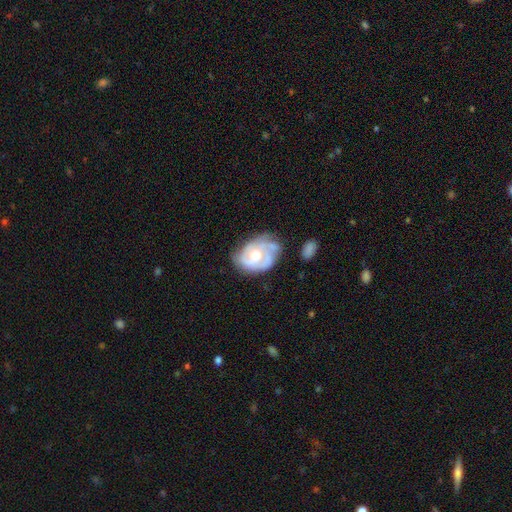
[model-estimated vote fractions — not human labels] Smooth or featured? featured or disk (72%)
Edge-on disk? no (97%)
Bar? no (75%)
Spiral arms? yes (75%)
Spiral winding? tight (54%)
Spiral arm count? can't tell (39%)
Bulge size? moderate (70%)
Merging? none (44%)